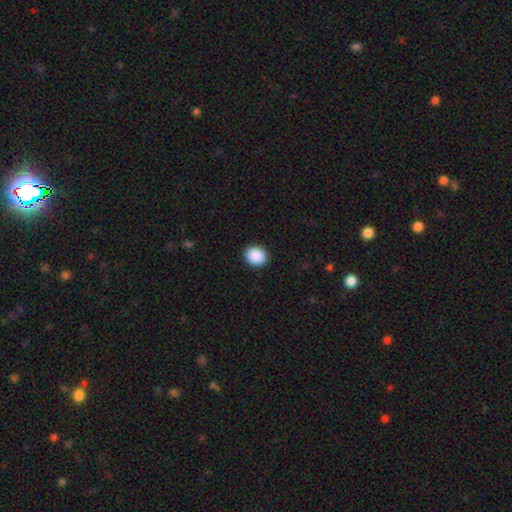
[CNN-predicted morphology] smooth 90%, star or artifact 8%, featured or disk 2%. Down the decision tree: how rounded — round (69%); merging — none (92%).